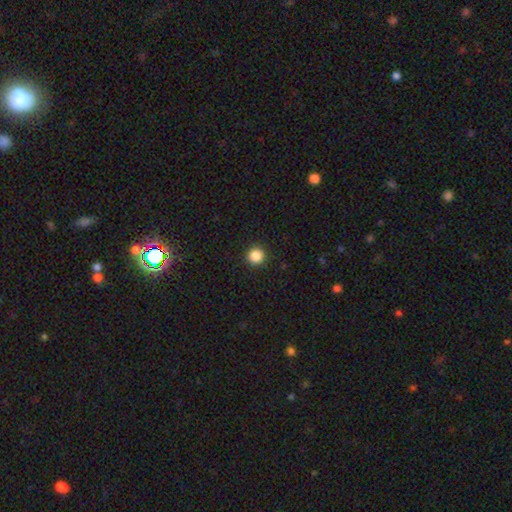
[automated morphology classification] This appears to be a smooth galaxy with no disk features (87%) that is round (96%). Merging: none (93%).